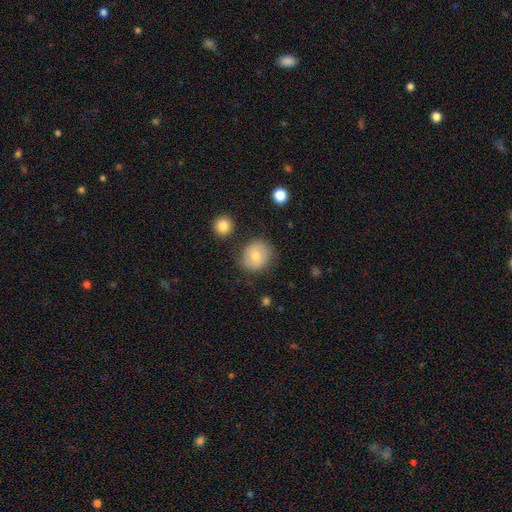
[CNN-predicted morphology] Q: Smooth or featured?
A: smooth (77%); runner-up: featured or disk (15%)
Q: How rounded?
A: round (79%); runner-up: in between (20%)
Q: Merging?
A: none (79%); runner-up: minor disturbance (13%)